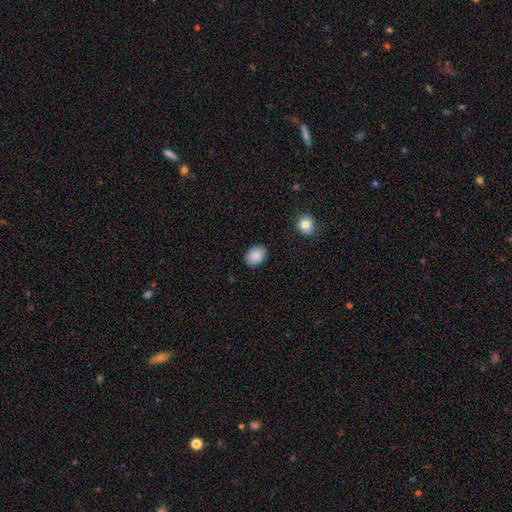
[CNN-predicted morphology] smooth_or_featured: smooth (p=0.88) [alt: star or artifact p=0.07]
how_rounded: in between (p=0.70) [alt: round p=0.29]
merging: none (p=0.88) [alt: minor disturbance p=0.09]